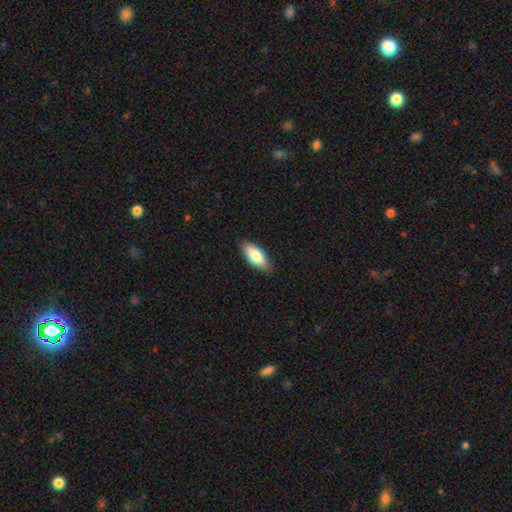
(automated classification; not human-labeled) Overall: smooth (79%). How rounded: in between (83%). Merging: none (86%).